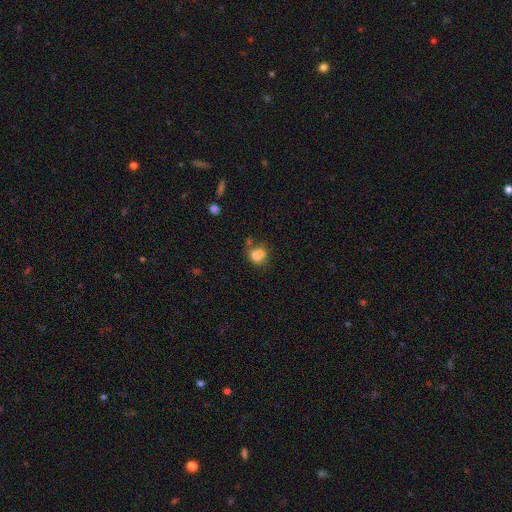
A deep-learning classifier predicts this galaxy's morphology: A smooth galaxy with no disk features (70%) that is round (57%). Merging: merger (51%).